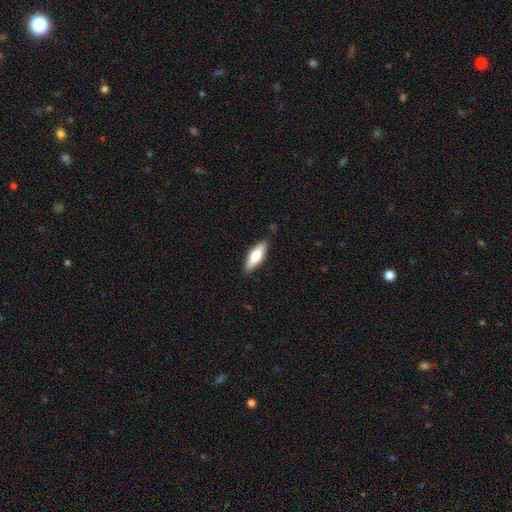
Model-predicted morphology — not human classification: smooth 60%, featured or disk 35%, star or artifact 6%. Down the decision tree: how rounded — in between (55%); merging — none (86%).